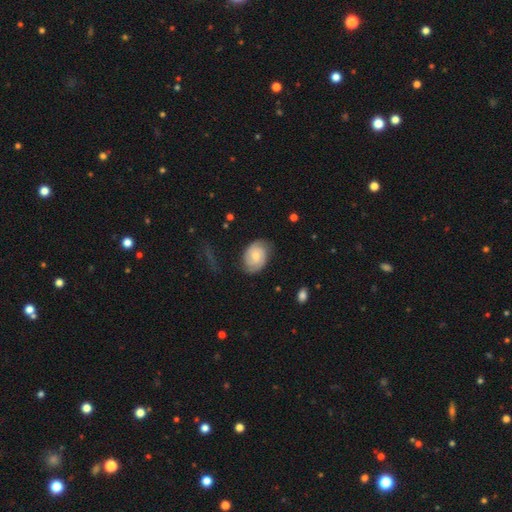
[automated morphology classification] A featured or disk galaxy (63%) with no bar (61%), 2 (67%) tight (55%) spiral arms (92%) and a small central bulge (47%). Merging: none (71%).